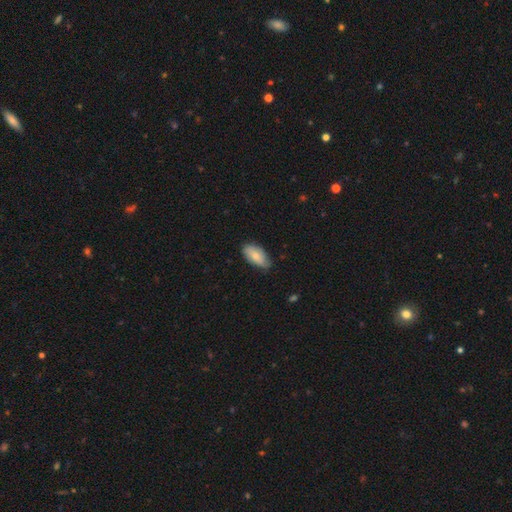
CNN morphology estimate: smooth-or-featured: smooth: 76% | featured or disk: 19% | star or artifact: 6%
  how-rounded: in between: 92% | cigar-shaped: 5% | round: 2%
  merging: none: 73% | minor disturbance: 23% | major disturbance: 3% | merger: 1%